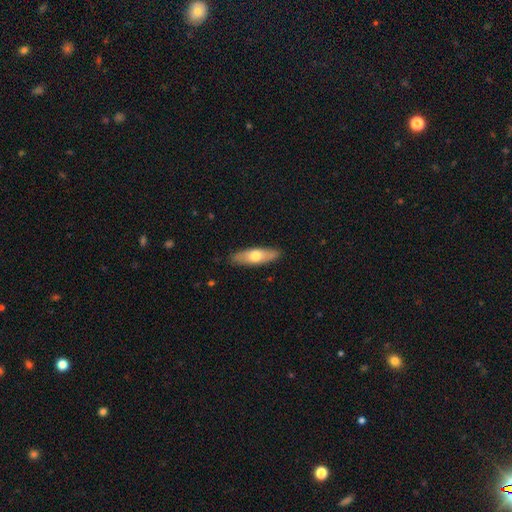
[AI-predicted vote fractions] Smooth or featured? smooth (60%)
How rounded? cigar-shaped (49%)
Merging? none (88%)